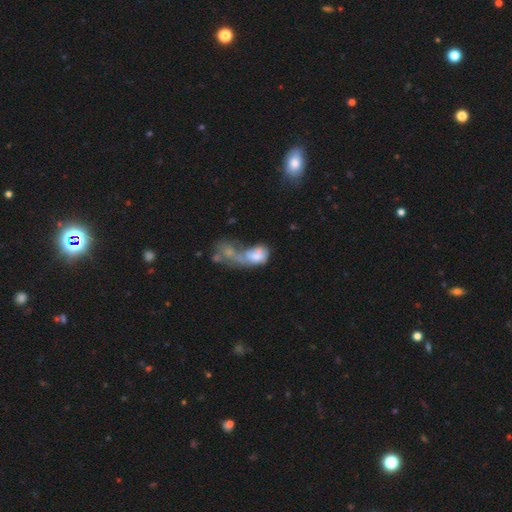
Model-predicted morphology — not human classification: Smooth or featured?
  - smooth: 58% *
  - featured or disk: 32%
  - star or artifact: 9%
How rounded?
  - in between: 81% *
  - round: 16%
  - cigar-shaped: 3%
Merging?
  - merger: 63% *
  - major disturbance: 20%
  - none: 10%
  - minor disturbance: 7%